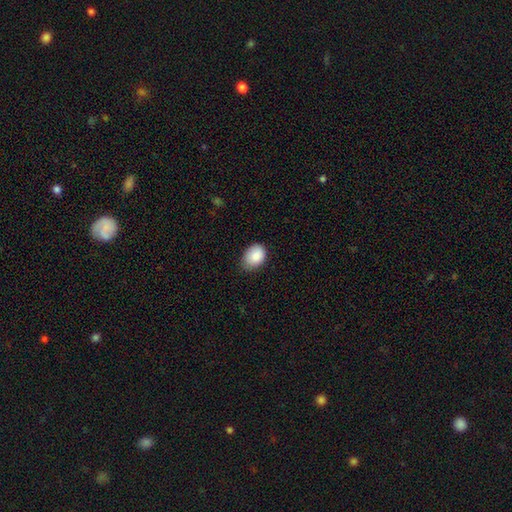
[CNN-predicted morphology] A smooth galaxy with no disk features (87%) that is in between round and cigar-shaped (75%). Merging: none (68%).